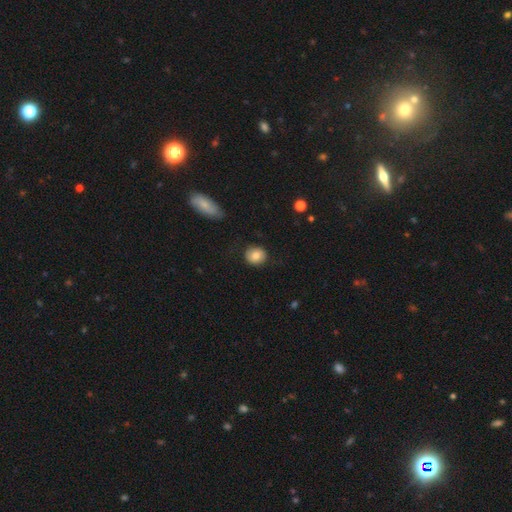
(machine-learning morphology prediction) This appears to be a smooth galaxy with no disk features (81%) that is round (79%). Merging: none (83%).